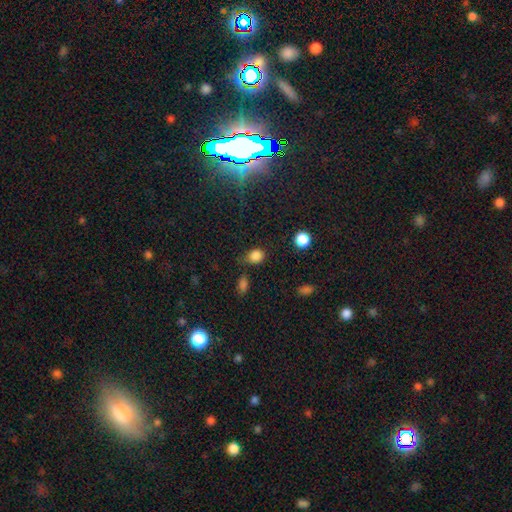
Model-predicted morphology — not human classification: Q: Smooth or featured?
A: smooth (82%); runner-up: star or artifact (13%)
Q: How rounded?
A: round (63%); runner-up: in between (36%)
Q: Merging?
A: none (63%); runner-up: minor disturbance (24%)